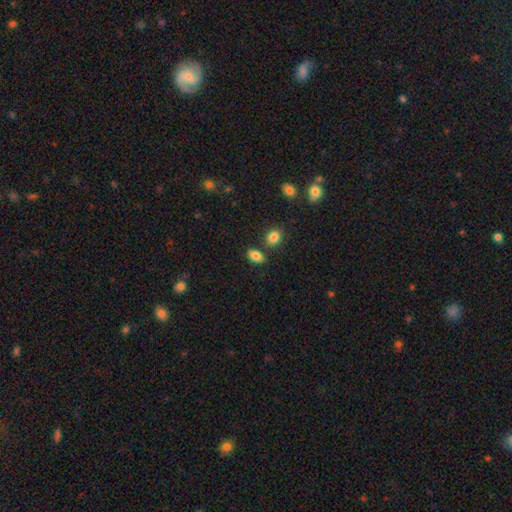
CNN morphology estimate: A smooth galaxy with no disk features (84%) that is in between round and cigar-shaped (88%). Merging: none (76%).